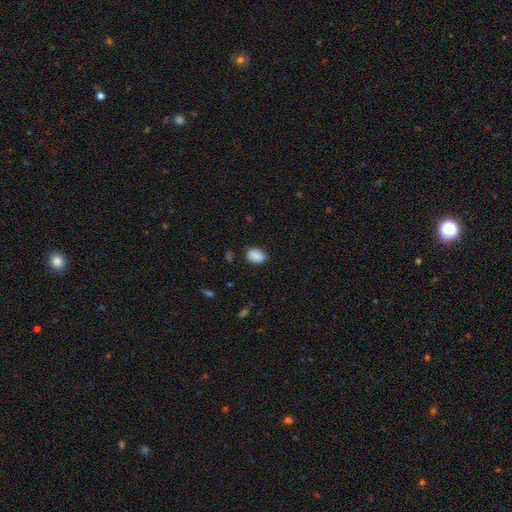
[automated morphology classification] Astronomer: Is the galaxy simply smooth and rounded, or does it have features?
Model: smooth — 88%.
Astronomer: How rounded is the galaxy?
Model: in between — 82%.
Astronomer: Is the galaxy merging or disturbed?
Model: none — 81%.